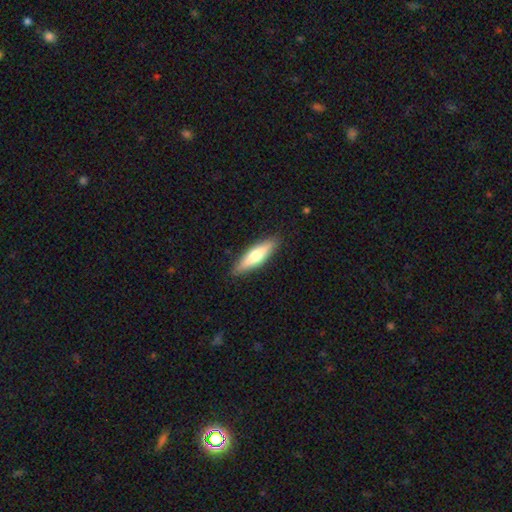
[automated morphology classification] Smooth or featured: smooth — 57% (featured or disk — 37%)
How rounded: cigar-shaped — 67% (in between — 31%)
Merging: none — 88% (minor disturbance — 9%)